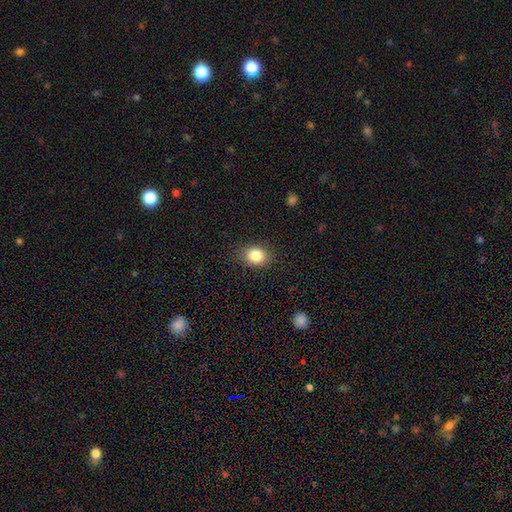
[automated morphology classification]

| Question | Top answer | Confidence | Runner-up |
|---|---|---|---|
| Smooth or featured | smooth | 85% | star or artifact (9%) |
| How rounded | in between | 55% | round (44%) |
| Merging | none | 85% | minor disturbance (11%) |